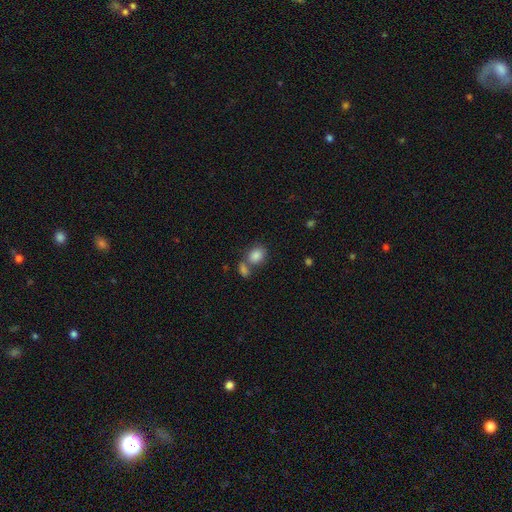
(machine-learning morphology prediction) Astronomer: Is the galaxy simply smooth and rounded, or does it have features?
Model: smooth — 85%.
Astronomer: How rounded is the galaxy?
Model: in between — 53% (runner-up: round, 45%).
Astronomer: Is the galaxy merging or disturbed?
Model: none — 46% (runner-up: merger, 39%).